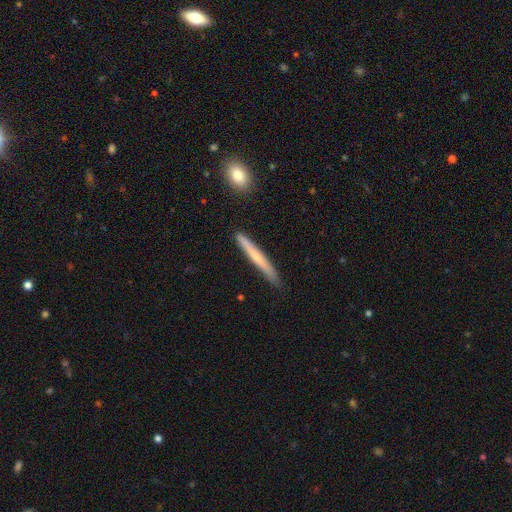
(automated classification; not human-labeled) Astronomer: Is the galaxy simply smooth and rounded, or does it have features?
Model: smooth — 54% (runner-up: featured or disk, 40%).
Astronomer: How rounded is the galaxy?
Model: cigar-shaped — 96%.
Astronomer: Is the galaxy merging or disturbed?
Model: none — 87%.